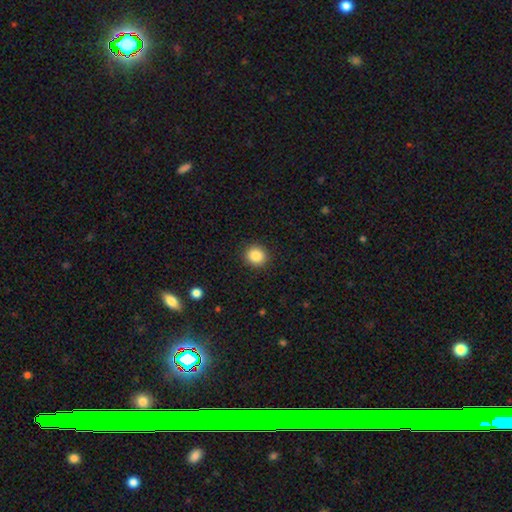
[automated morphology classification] Overall: smooth (86%). How rounded: round (90%). Merging: none (92%).